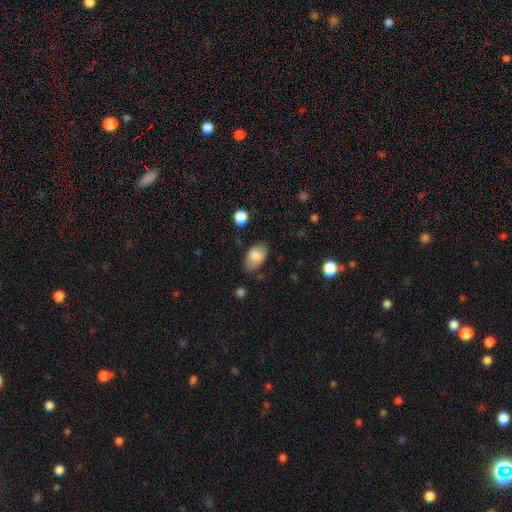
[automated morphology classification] A smooth galaxy with no disk features (83%) that is in between round and cigar-shaped (92%).

Vote fractions:
- Smooth or featured? smooth: 83% / featured or disk: 10% / star or artifact: 7%
- How rounded? in between: 92% / round: 7% / cigar-shaped: 1%
- Merging? none: 77% / minor disturbance: 17% / major disturbance: 4% / merger: 2%